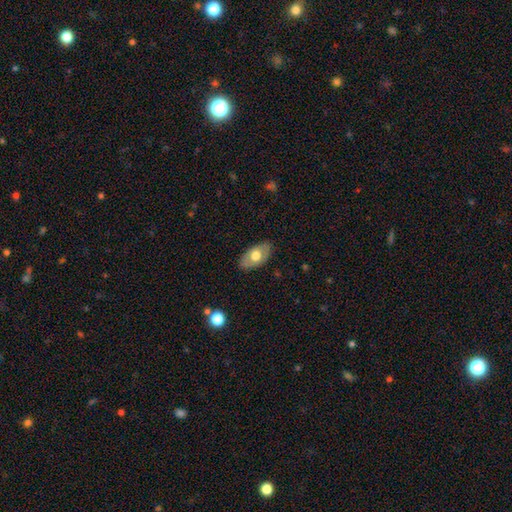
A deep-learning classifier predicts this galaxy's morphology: Smooth or featured? smooth (59%)
How rounded? in between (92%)
Merging? none (82%)